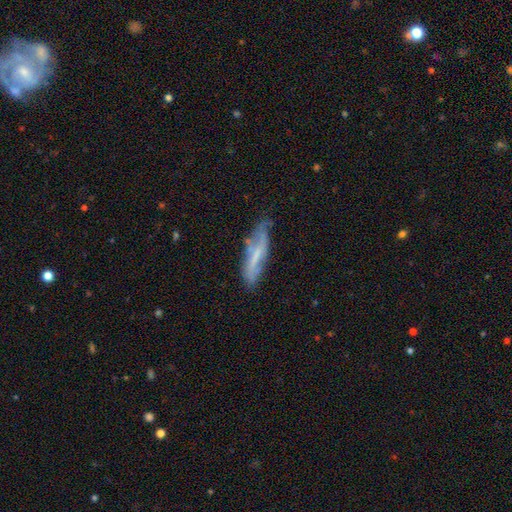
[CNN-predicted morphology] featured or disk 53%, smooth 40%, star or artifact 8%. Down the decision tree: edge-on disk — no (57%); merging — none (58%).